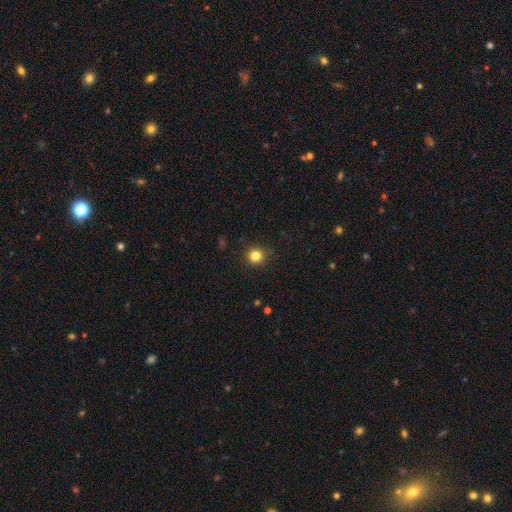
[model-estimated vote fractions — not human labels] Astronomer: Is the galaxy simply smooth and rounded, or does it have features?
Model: smooth — 83%.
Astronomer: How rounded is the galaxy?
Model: round — 92%.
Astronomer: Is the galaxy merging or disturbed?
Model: none — 90%.